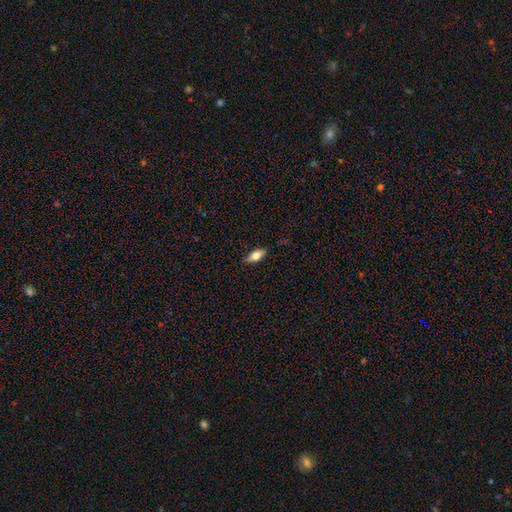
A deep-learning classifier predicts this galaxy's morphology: Smooth or featured: smooth — 65% (featured or disk — 28%)
How rounded: in between — 78% (cigar-shaped — 18%)
Merging: none — 84% (minor disturbance — 13%)